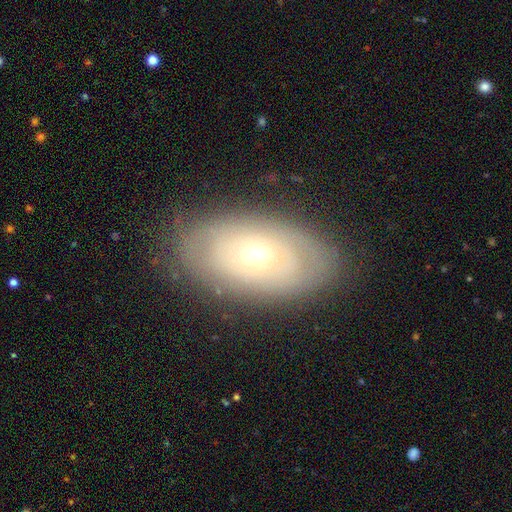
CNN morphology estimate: smooth_or_featured: featured or disk (p=0.56) [alt: smooth p=0.36]
disk_edge_on: no (p=0.89) [alt: yes p=0.11]
merging: none (p=0.81) [alt: minor disturbance p=0.14]